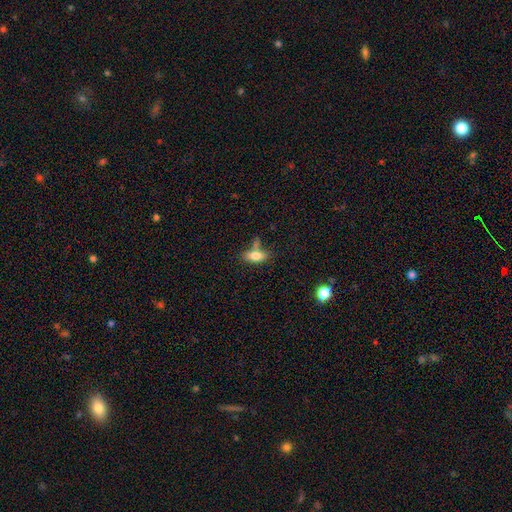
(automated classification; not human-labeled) smooth 75%, featured or disk 17%, star or artifact 8%. Down the decision tree: how rounded — in between (80%); merging — none (52%).